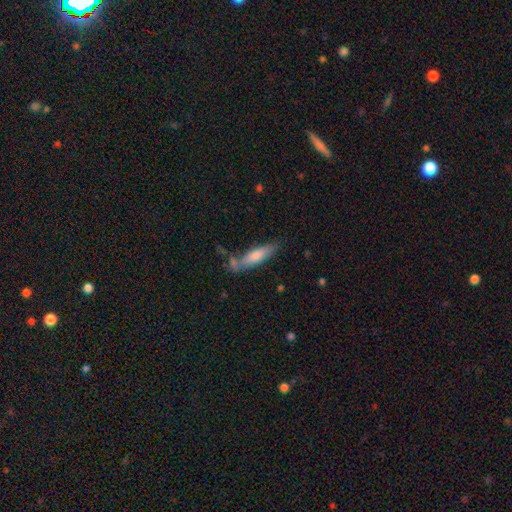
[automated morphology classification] Smooth or featured? smooth (72%)
How rounded? cigar-shaped (67%)
Merging? none (61%)